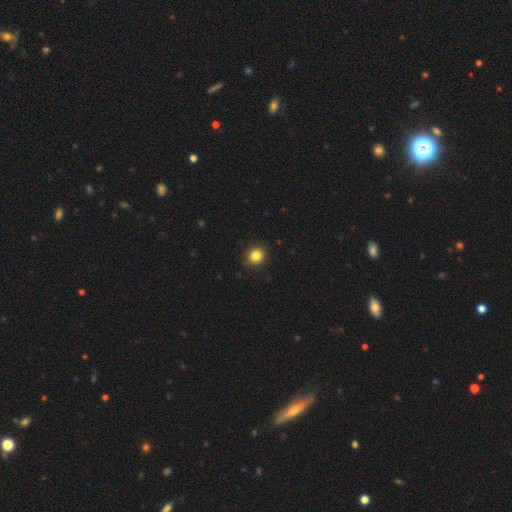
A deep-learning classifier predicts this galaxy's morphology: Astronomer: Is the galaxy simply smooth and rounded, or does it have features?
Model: smooth — 84%.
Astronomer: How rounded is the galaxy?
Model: round — 88%.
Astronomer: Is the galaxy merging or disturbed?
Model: none — 91%.